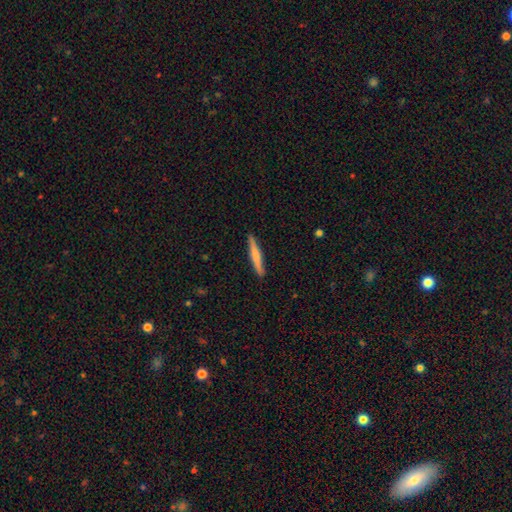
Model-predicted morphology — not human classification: Smooth or featured: smooth — 63% (featured or disk — 32%)
How rounded: cigar-shaped — 95% (in between — 4%)
Merging: none — 91% (minor disturbance — 7%)